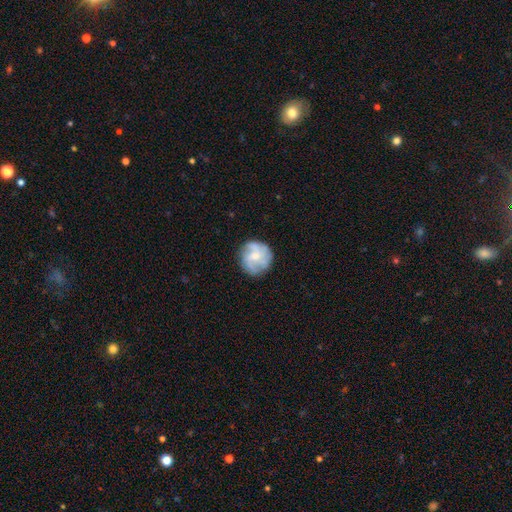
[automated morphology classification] smooth-or-featured: featured or disk: 62% | smooth: 30% | star or artifact: 7%
  disk-edge-on: no: 98% | yes: 2%
    bar: no: 62% | weak: 33% | strong: 5%
    has-spiral-arms: yes: 86% | no: 14%
      spiral-winding: medium: 42% | tight: 33% | loose: 25%
      spiral-arm-count: 3: 32% | can't tell: 24% | 4: 22% | 2: 10% | more than 4: 6% | 1: 5%
    bulge-size: small: 49% | moderate: 38% | none: 8% | large: 3% | dominant: 1%
  merging: none: 78% | minor disturbance: 15% | major disturbance: 6% | merger: 1%